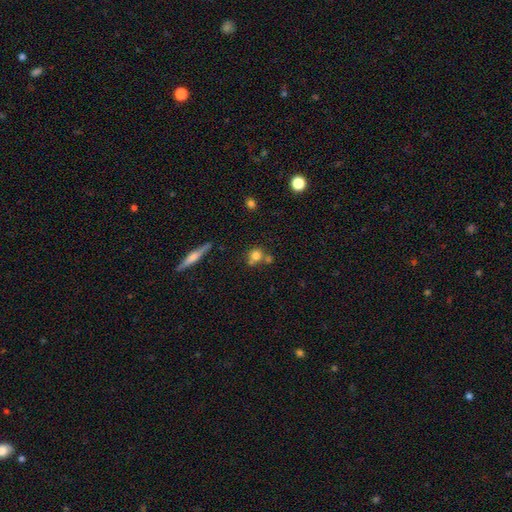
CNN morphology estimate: The model was most divided on "merging": none: 51%, merger: 30%, minor disturbance: 14%, major disturbance: 5%. More confident: smooth or featured — smooth (77%); how rounded — round (75%).